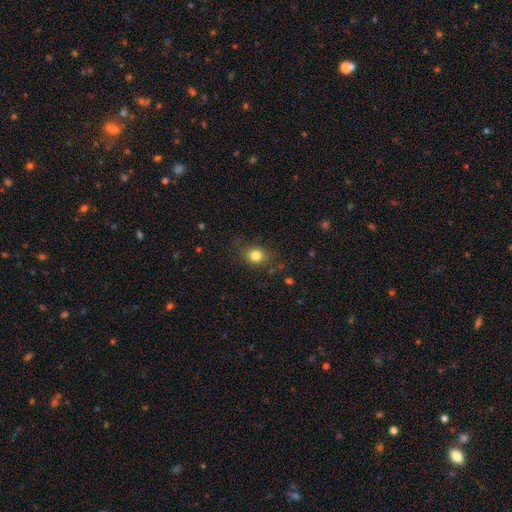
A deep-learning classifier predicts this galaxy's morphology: This is clearly a smooth galaxy (81%). How rounded: likely round (67%). Merging: clearly none (80%).